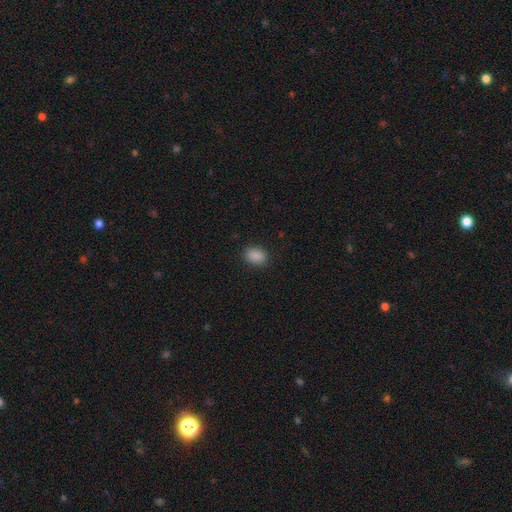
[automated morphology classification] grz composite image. It shows a smooth galaxy with no disk features (89%) that is in between round and cigar-shaped (78%). Merging: none (88%).